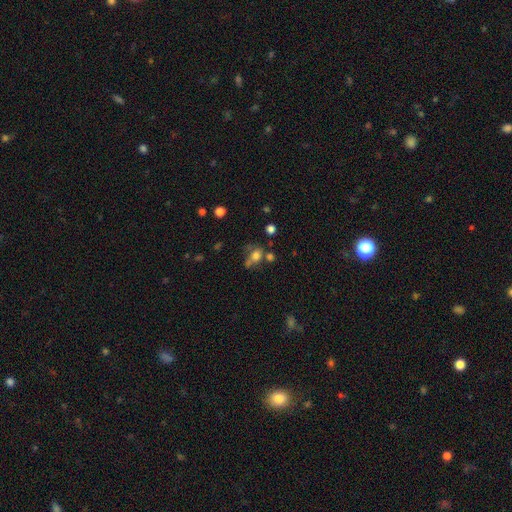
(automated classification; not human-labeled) smooth-or-featured: smooth: 64% | featured or disk: 19% | star or artifact: 17%
  how-rounded: in between: 52% | round: 45% | cigar-shaped: 3%
  merging: none: 34% | merger: 23% | major disturbance: 22% | minor disturbance: 20%